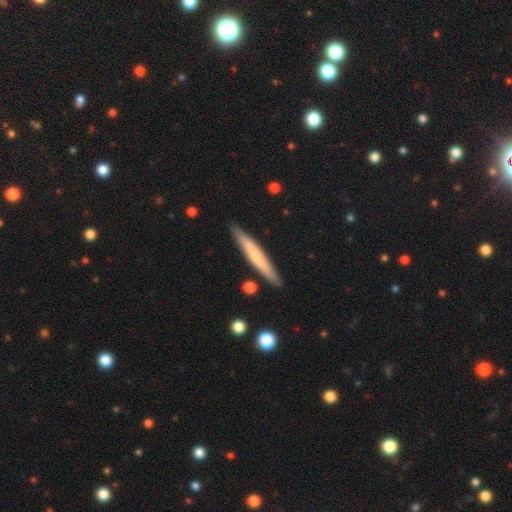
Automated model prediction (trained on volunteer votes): Smooth or featured?
  - smooth: 55% *
  - featured or disk: 39%
  - star or artifact: 5%
How rounded?
  - cigar-shaped: 95% *
  - in between: 4%
  - round: 1%
Merging?
  - none: 89% *
  - minor disturbance: 8%
  - merger: 2%
  - major disturbance: 1%